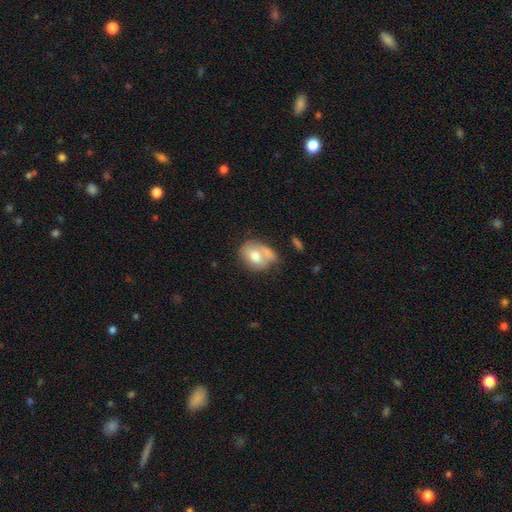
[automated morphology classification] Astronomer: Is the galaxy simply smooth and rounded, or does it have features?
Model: smooth — 69%.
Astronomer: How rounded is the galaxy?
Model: in between — 59% (runner-up: round, 40%).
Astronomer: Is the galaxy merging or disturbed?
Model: merger — 34% (runner-up: none, 31%).